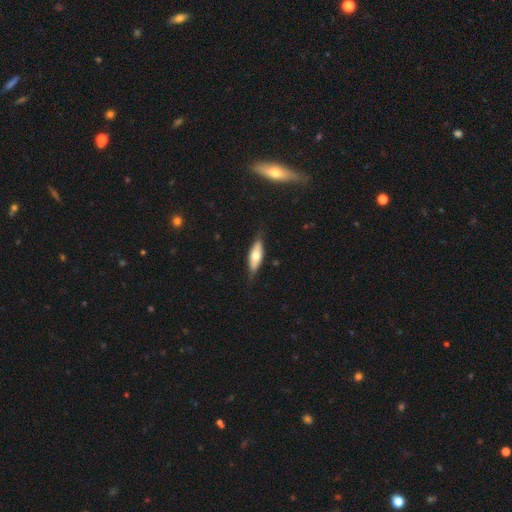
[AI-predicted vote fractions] The model was most divided on "smooth or featured": smooth: 58%, featured or disk: 36%, star or artifact: 6%. More confident: merging — none (77%); how rounded — in between (60%).